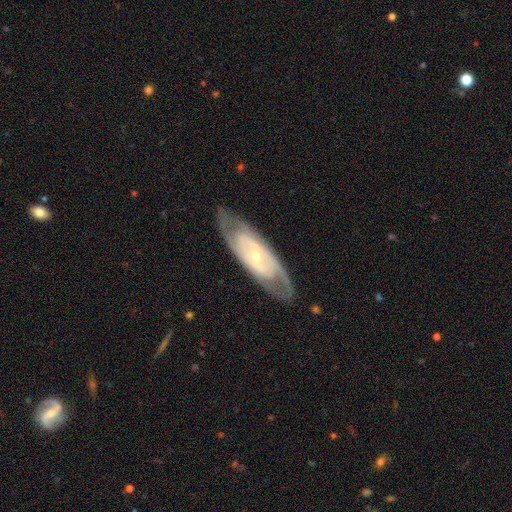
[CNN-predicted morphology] Smooth or featured?
  - featured or disk: 82% *
  - smooth: 13%
  - star or artifact: 5%
Edge-on disk?
  - no: 84% *
  - yes: 16%
Bar?
  - weak: 39% *
  - no: 35%
  - strong: 27%
Spiral arms?
  - yes: 83% *
  - no: 17%
Spiral winding?
  - tight: 53% *
  - medium: 36%
  - loose: 11%
Spiral arm count?
  - 2: 62% *
  - can't tell: 27%
  - 3: 5%
  - 1: 2%
  - 4: 2%
  - more than 4: 2%
Bulge size?
  - small: 68% *
  - moderate: 28%
  - large: 2%
  - none: 1%
  - dominant: 1%
Merging?
  - none: 80% *
  - minor disturbance: 14%
  - major disturbance: 5%
  - merger: 1%